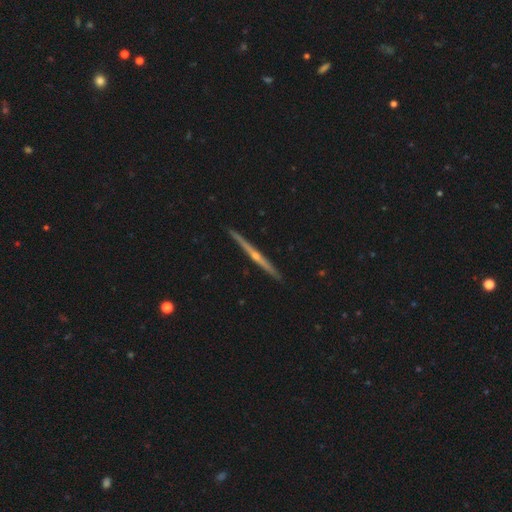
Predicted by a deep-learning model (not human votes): This is clearly a featured or disk galaxy (82%). It is clearly viewed edge-on (99%). Edge-on bulge: likely rounded (78%). Merging: clearly none (92%).